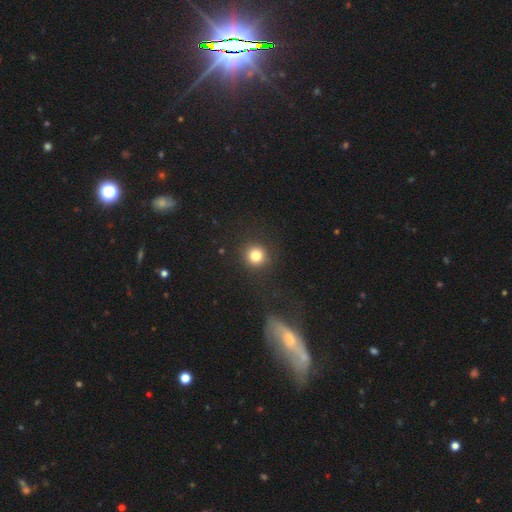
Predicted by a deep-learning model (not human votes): Q: Smooth or featured?
A: smooth (82%); runner-up: star or artifact (12%)
Q: How rounded?
A: round (94%); runner-up: in between (5%)
Q: Merging?
A: none (89%); runner-up: minor disturbance (6%)